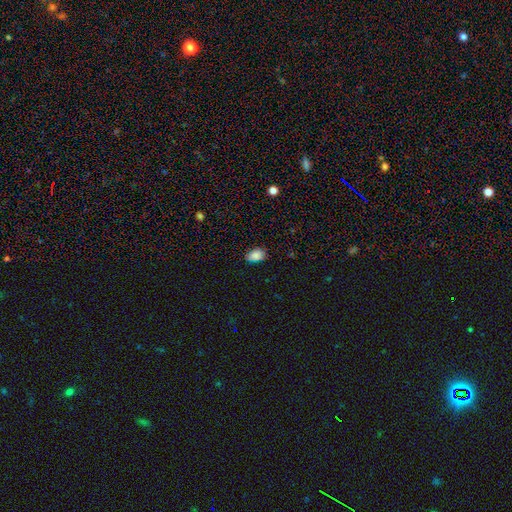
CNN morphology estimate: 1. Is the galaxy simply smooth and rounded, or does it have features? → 87% smooth, 9% star or artifact, 4% featured or disk.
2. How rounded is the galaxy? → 85% in between, 13% round, 1% cigar-shaped.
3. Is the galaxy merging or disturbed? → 79% none, 17% minor disturbance, 3% major disturbance, 1% merger.